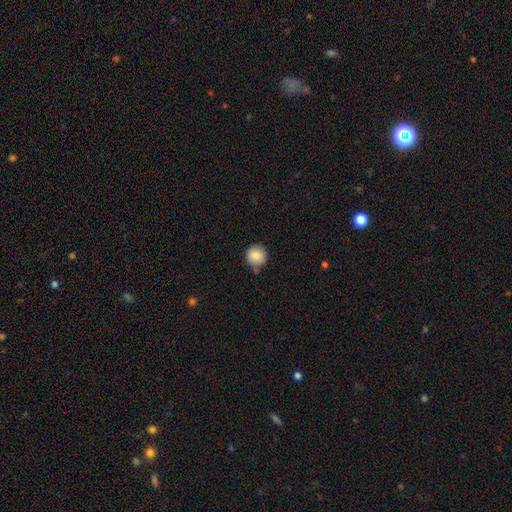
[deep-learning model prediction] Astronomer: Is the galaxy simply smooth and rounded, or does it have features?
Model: smooth — 87%.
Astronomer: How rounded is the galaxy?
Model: round — 95%.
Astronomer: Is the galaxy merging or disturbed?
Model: none — 84%.